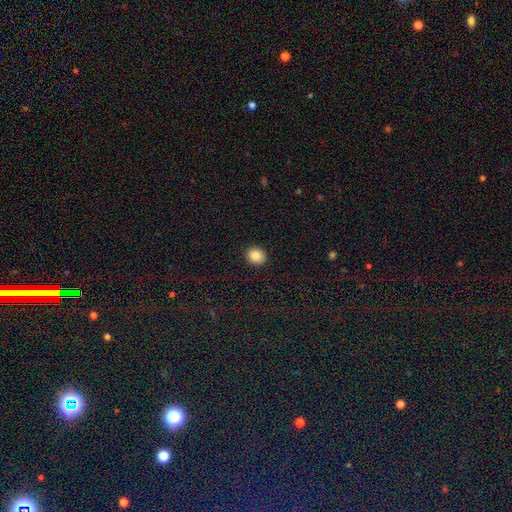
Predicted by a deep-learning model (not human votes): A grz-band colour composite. It shows a smooth galaxy with no disk features (86%) that is round (73%). Merging: none (92%).